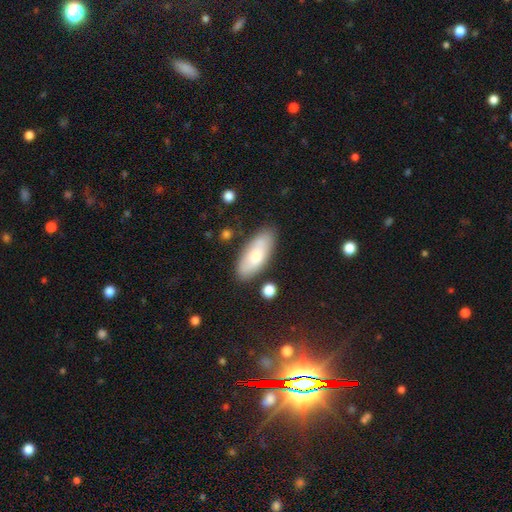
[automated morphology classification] Smooth or featured: smooth — 72% (featured or disk — 22%)
How rounded: in between — 82% (cigar-shaped — 16%)
Merging: none — 78% (minor disturbance — 14%)